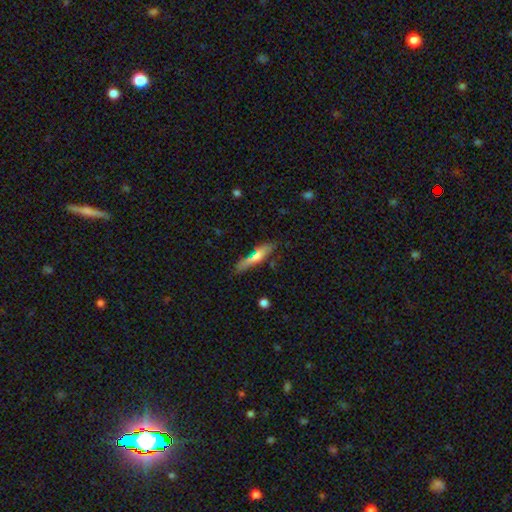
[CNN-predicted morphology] This appears to be a smooth galaxy with no disk features (64%) that is cigar-shaped (82%). Merging: none (72%).